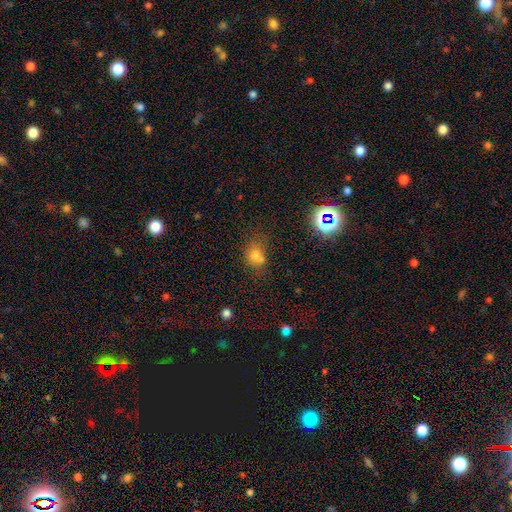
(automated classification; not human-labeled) Q: Smooth or featured?
A: smooth (65%); runner-up: star or artifact (25%)
Q: How rounded?
A: in between (53%); runner-up: round (46%)
Q: Merging?
A: none (52%); runner-up: minor disturbance (22%)